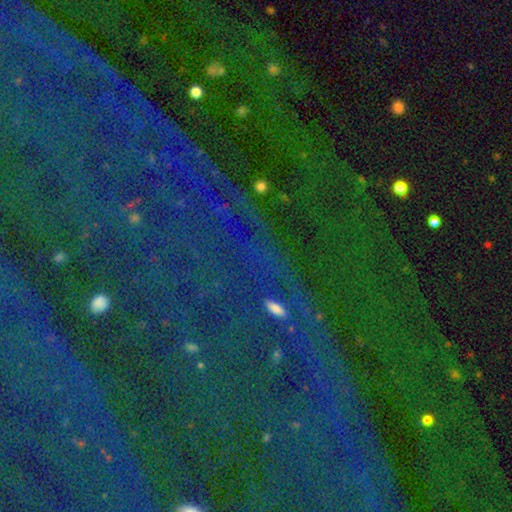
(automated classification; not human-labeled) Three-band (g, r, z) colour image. It shows a star or artifact, not a galaxy (84%).